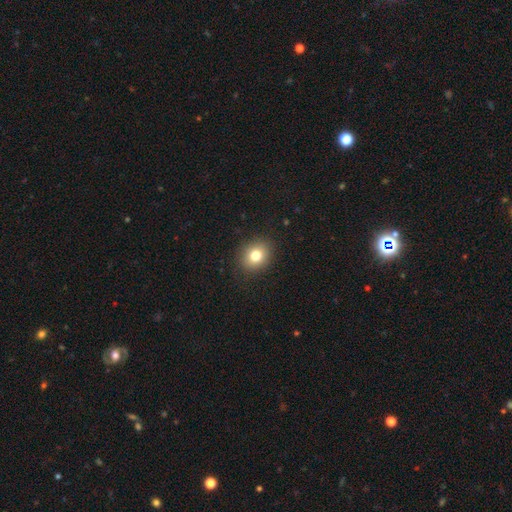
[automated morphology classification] This appears to be a smooth galaxy with no disk features (78%) that is round (60%). Merging: none (89%).